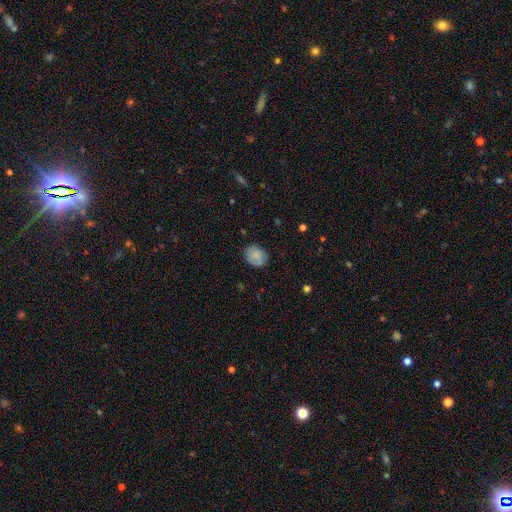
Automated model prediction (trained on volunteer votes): This appears to be a smooth galaxy with no disk features (78%) that is round (59%). Merging: none (79%).